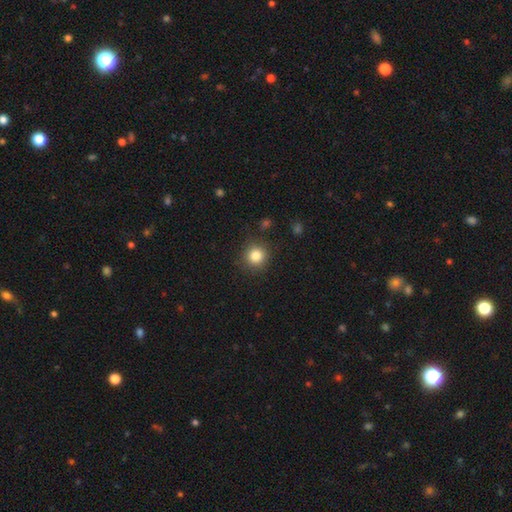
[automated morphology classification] This appears to be a smooth galaxy with no disk features (84%) that is round (93%). Merging: none (88%).